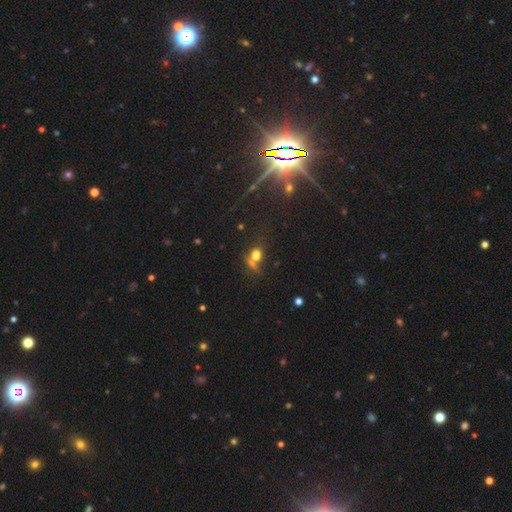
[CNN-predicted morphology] Overall: smooth (65%). How rounded: round (50%; in between 45%). Merging: none (40%; merger 38%).